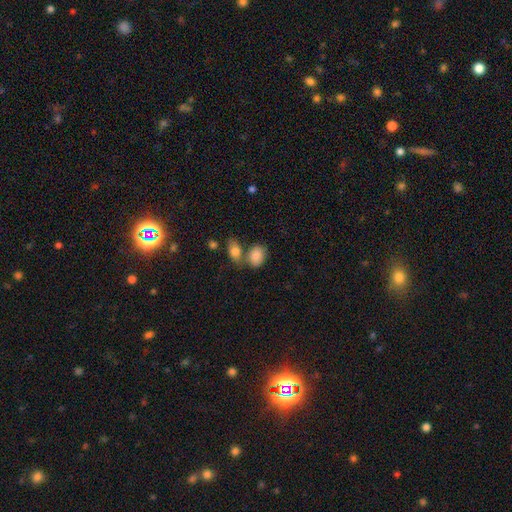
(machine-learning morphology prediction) Smooth or featured? smooth (86%)
How rounded? in between (74%)
Merging? none (46%)